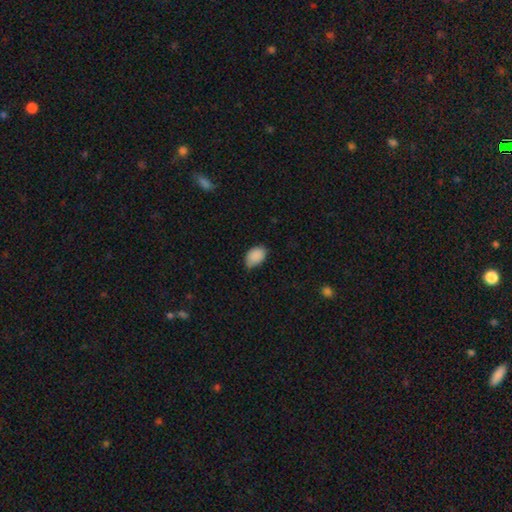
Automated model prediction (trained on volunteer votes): Smooth or featured: smooth — 88% (star or artifact — 7%)
How rounded: in between — 85% (round — 14%)
Merging: none — 57% (minor disturbance — 36%)